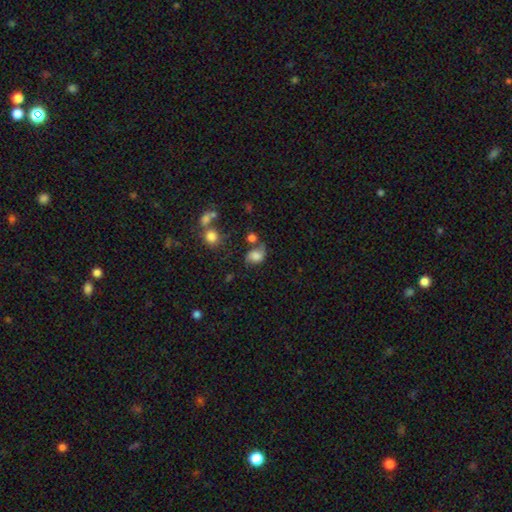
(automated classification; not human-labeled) smooth 53%, featured or disk 35%, star or artifact 12%. Down the decision tree: how rounded — in between (56%); merging — none (41%).